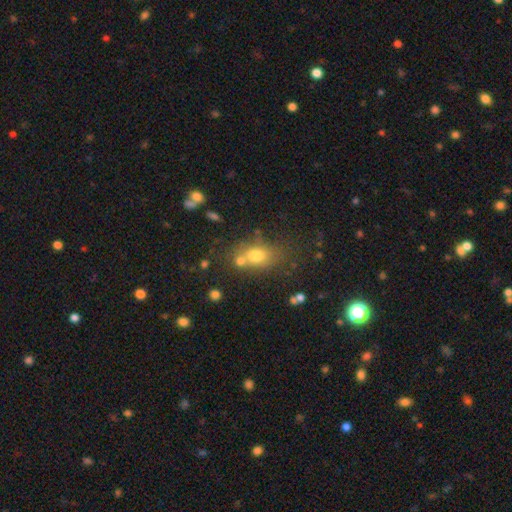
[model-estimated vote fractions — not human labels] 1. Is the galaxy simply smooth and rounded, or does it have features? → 70% smooth, 16% featured or disk, 15% star or artifact.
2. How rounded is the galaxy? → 64% in between, 33% round, 3% cigar-shaped.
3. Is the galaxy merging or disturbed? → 47% none, 33% merger, 14% minor disturbance, 7% major disturbance.